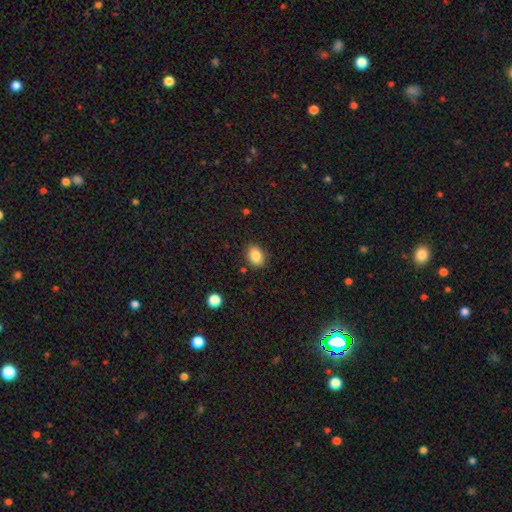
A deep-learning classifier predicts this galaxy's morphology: Smooth or featured?
  - smooth: 85% *
  - star or artifact: 9%
  - featured or disk: 7%
How rounded?
  - in between: 71% *
  - round: 28%
  - cigar-shaped: 1%
Merging?
  - none: 86% *
  - minor disturbance: 10%
  - major disturbance: 2%
  - merger: 2%